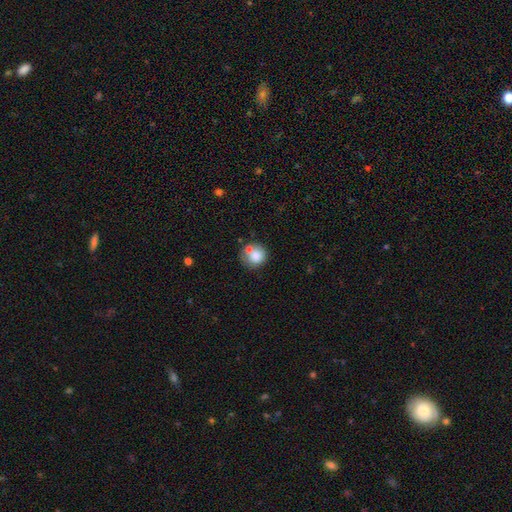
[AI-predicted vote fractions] smooth 78%, featured or disk 13%, star or artifact 9%. Down the decision tree: how rounded — round (87%); merging — none (54%).